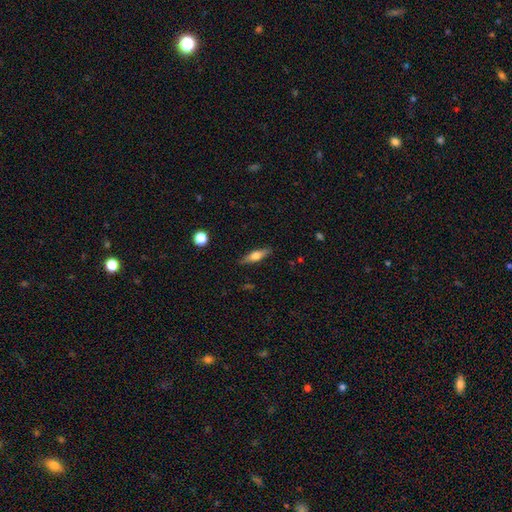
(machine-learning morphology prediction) The model was most divided on "smooth or featured": smooth: 49%, featured or disk: 44%, star or artifact: 7%. More confident: merging — none (87%).